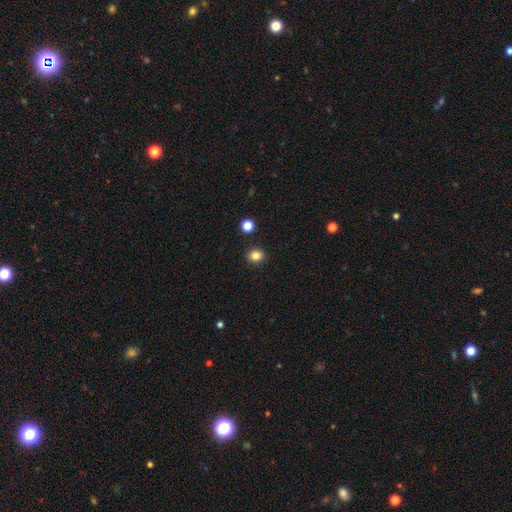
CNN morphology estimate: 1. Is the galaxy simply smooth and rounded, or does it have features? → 83% smooth, 12% star or artifact, 5% featured or disk.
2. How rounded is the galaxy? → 82% round, 18% in between, 1% cigar-shaped.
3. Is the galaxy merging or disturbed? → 90% none, 6% minor disturbance, 2% merger, 2% major disturbance.